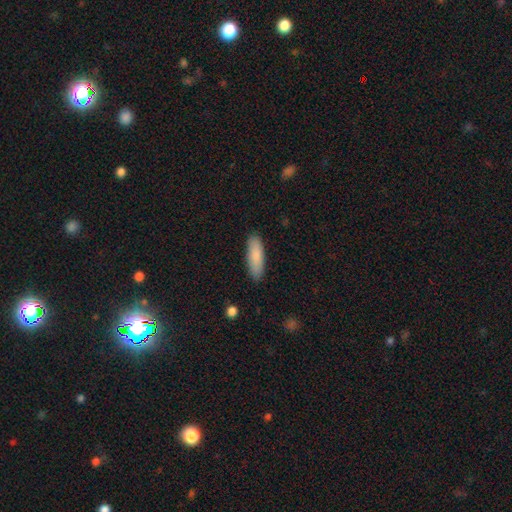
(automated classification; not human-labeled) Smooth or featured: smooth — 86% (featured or disk — 8%)
How rounded: cigar-shaped — 54% (in between — 44%)
Merging: none — 88% (minor disturbance — 9%)